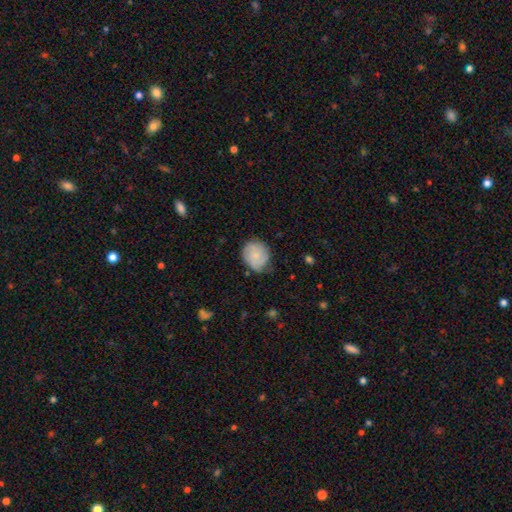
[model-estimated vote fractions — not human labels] Morphology: type=smooth (70%); roundness=round (75%); merging=none (65%).